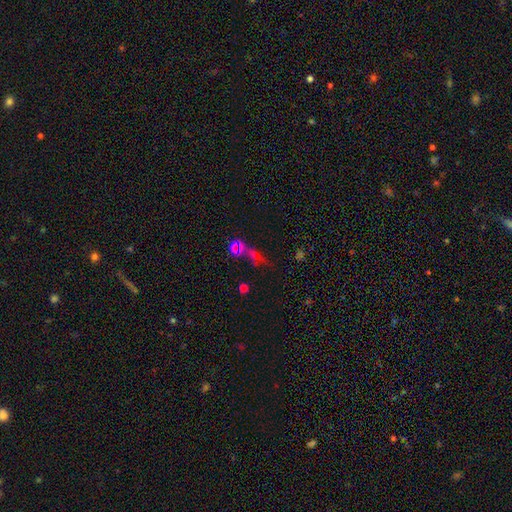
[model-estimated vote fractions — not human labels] Smooth or featured: star or artifact — 46% (smooth — 39%)